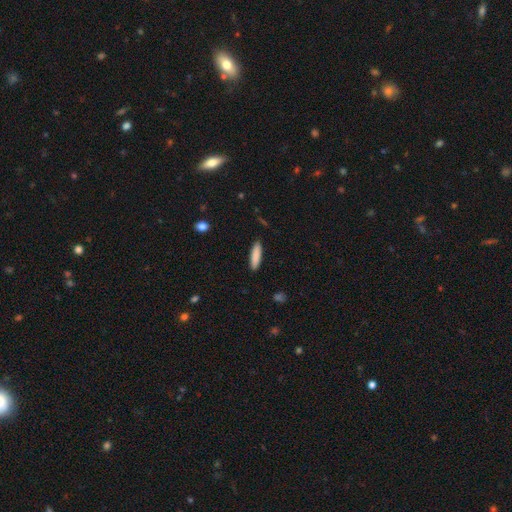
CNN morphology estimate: A smooth galaxy with no disk features (87%) that is cigar-shaped (72%).

Vote fractions:
- Smooth or featured? smooth: 87% / featured or disk: 7% / star or artifact: 6%
- How rounded? cigar-shaped: 72% / in between: 27% / round: 1%
- Merging? none: 90% / minor disturbance: 8% / major disturbance: 2% / merger: 1%